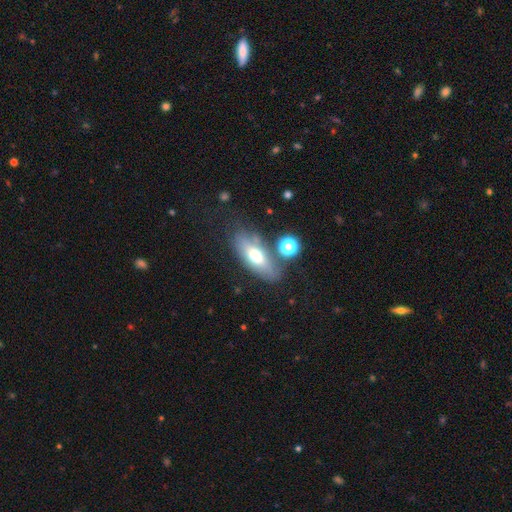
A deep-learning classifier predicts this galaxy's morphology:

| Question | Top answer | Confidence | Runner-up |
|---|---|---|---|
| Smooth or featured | smooth | 58% | featured or disk (33%) |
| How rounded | in between | 74% | cigar-shaped (21%) |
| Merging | none | 65% | minor disturbance (18%) |